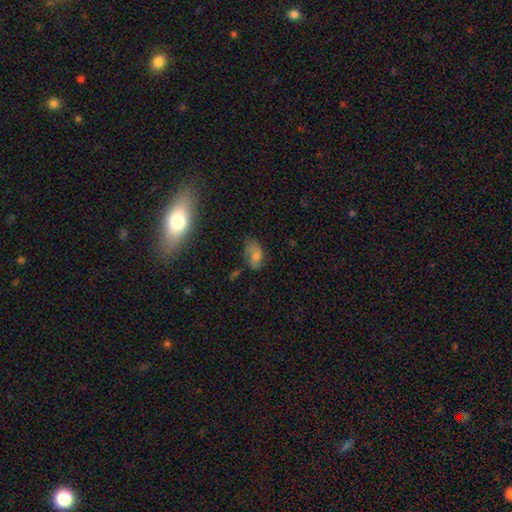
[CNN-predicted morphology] type=smooth (57%); roundness=in between (83%); merging=none (51%).